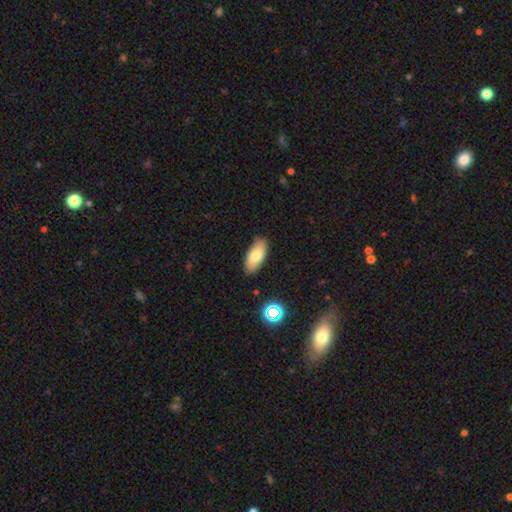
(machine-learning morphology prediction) smooth 76%, featured or disk 16%, star or artifact 8%. Down the decision tree: how rounded — in between (87%); merging — none (85%).